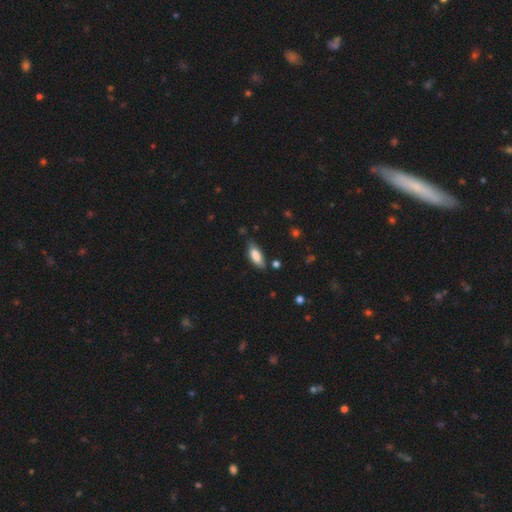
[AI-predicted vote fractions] Smooth or featured?
  - smooth: 80% *
  - featured or disk: 14%
  - star or artifact: 7%
How rounded?
  - in between: 74% *
  - cigar-shaped: 24%
  - round: 2%
Merging?
  - none: 70% *
  - minor disturbance: 23%
  - major disturbance: 4%
  - merger: 3%